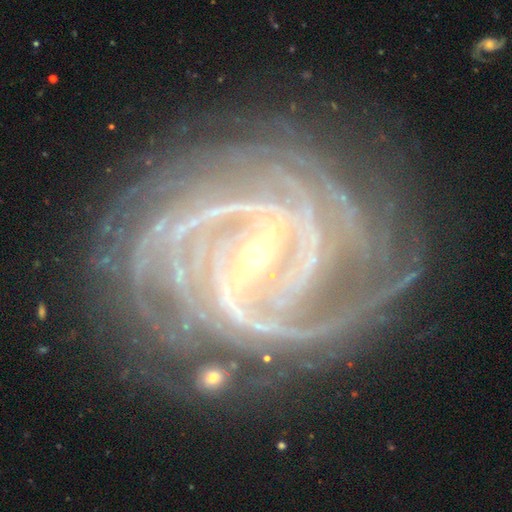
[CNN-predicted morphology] featured or disk 93%, star or artifact 5%, smooth 2%. Down the decision tree: edge-on disk — no (98%); bar — strong (47%); spiral arms — yes (99%); spiral arm count — 4 (25%); spiral winding — tight (66%); bulge size — small (82%); merging — none (76%).